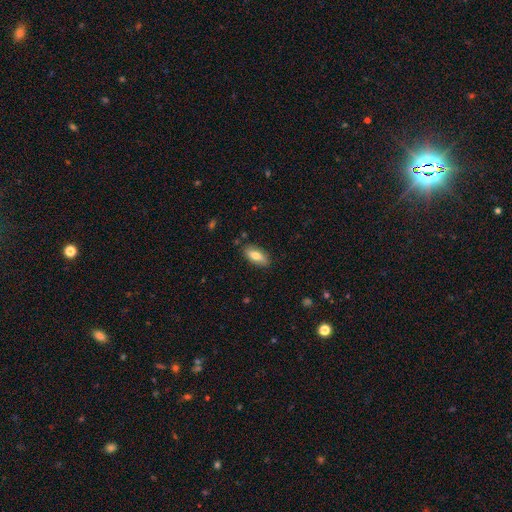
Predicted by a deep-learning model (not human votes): smooth_or_featured: smooth (p=0.75) [alt: featured or disk p=0.19]
how_rounded: in between (p=0.81) [alt: cigar-shaped p=0.16]
merging: none (p=0.85) [alt: minor disturbance p=0.11]